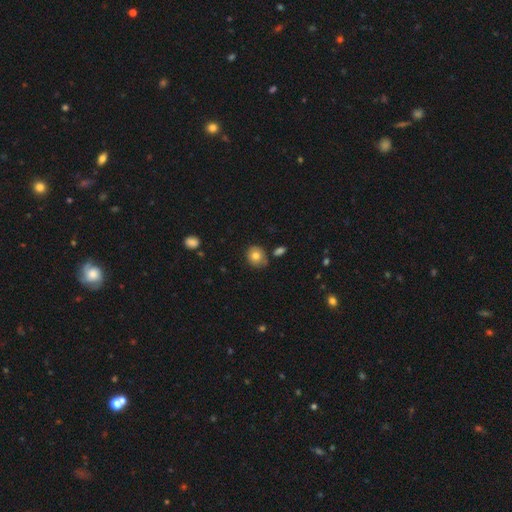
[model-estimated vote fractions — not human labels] The model was most divided on "how rounded": round: 71%, in between: 28%, cigar-shaped: 1%. More confident: smooth or featured — smooth (78%); merging — none (74%).